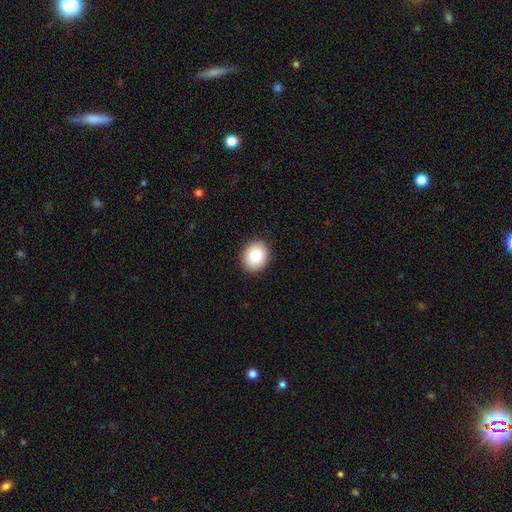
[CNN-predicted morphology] smooth_or_featured: smooth (p=0.83) [alt: featured or disk p=0.09]
how_rounded: round (p=0.65) [alt: in between p=0.34]
merging: none (p=0.91) [alt: minor disturbance p=0.06]